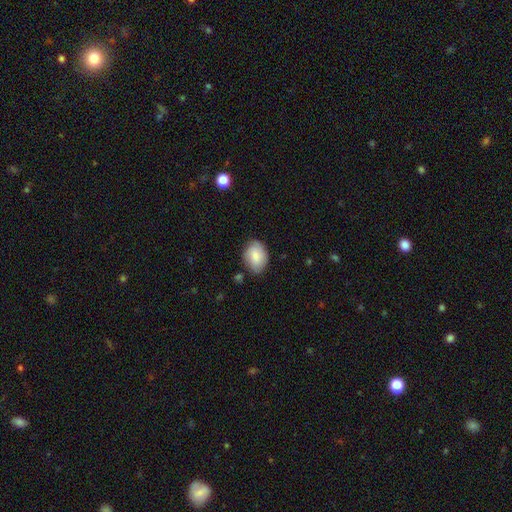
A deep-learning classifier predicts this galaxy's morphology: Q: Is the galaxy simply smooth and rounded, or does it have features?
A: smooth — 80%.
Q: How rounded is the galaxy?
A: in between — 75%.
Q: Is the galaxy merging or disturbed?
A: none — 74%.